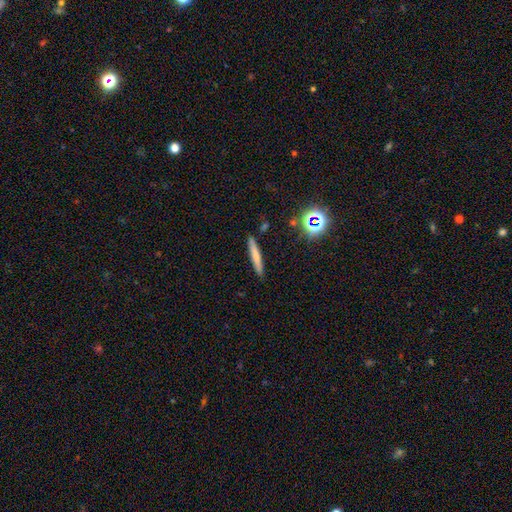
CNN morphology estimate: smooth-or-featured: smooth: 66% | featured or disk: 25% | star or artifact: 10%
  how-rounded: cigar-shaped: 93% | in between: 5% | round: 2%
  merging: none: 89% | minor disturbance: 8% | merger: 2% | major disturbance: 2%